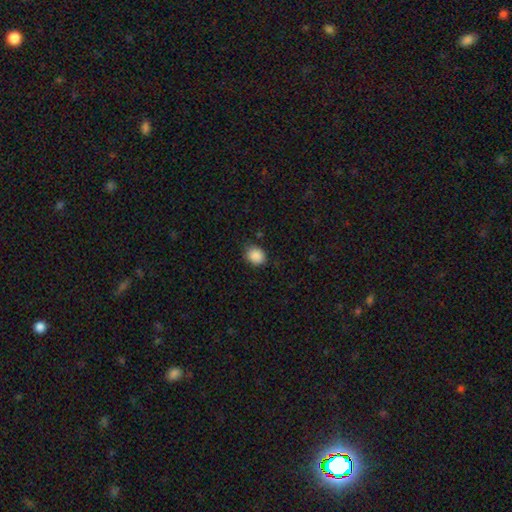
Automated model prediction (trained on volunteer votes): smooth 88%, star or artifact 9%, featured or disk 3%. Down the decision tree: how rounded — round (51%); merging — none (81%).